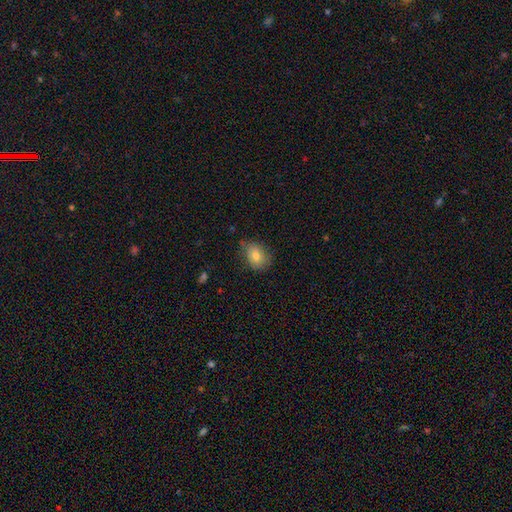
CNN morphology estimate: Smooth or featured?
  - smooth: 78% *
  - featured or disk: 13%
  - star or artifact: 9%
How rounded?
  - in between: 63% *
  - round: 36%
  - cigar-shaped: 1%
Merging?
  - none: 68% *
  - minor disturbance: 25%
  - major disturbance: 5%
  - merger: 2%